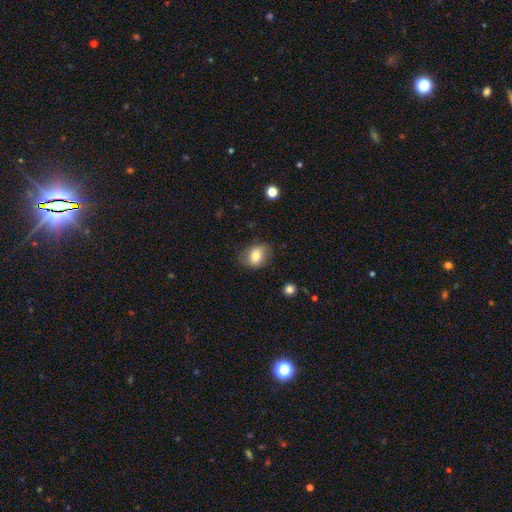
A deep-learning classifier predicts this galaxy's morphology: A smooth galaxy with no disk features (77%) that is in between round and cigar-shaped (59%). Merging: none (67%).